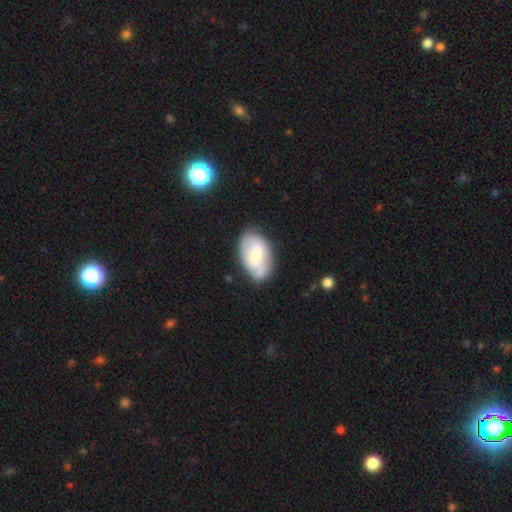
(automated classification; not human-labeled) smooth_or_featured: featured or disk (p=0.48) [alt: smooth p=0.46]
merging: none (p=0.66) [alt: minor disturbance p=0.23]